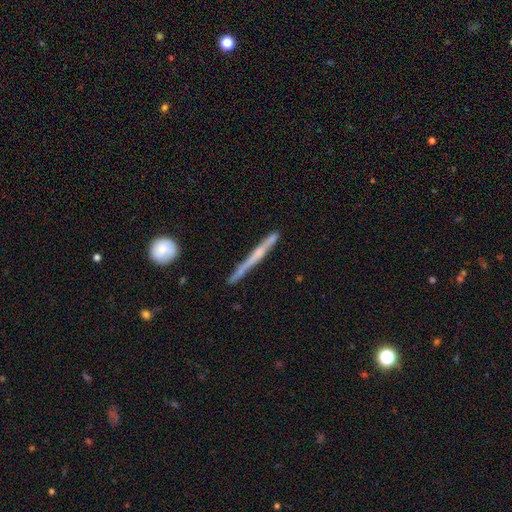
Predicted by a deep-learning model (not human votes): This is likely a featured or disk galaxy (61%). It is clearly viewed edge-on (97%). Edge-on bulge: likely none (67%). Merging: likely none (79%).